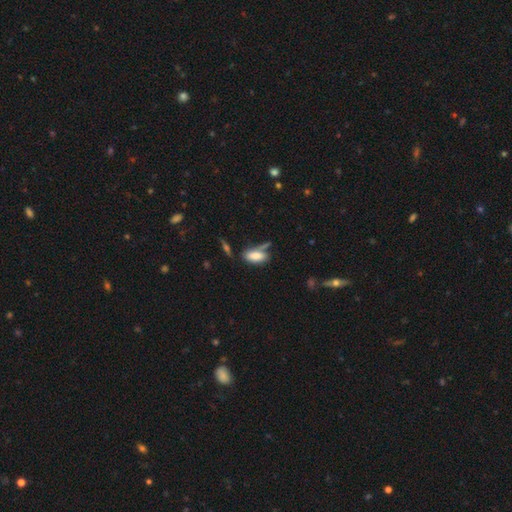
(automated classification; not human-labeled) This appears to be a smooth galaxy with no disk features (80%) that is in between round and cigar-shaped (86%). Merging: none (59%).